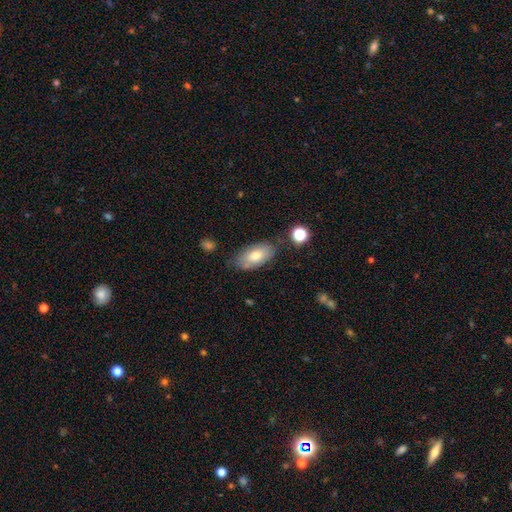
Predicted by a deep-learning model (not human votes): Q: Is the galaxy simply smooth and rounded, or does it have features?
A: smooth — 73%.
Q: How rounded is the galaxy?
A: in between — 92%.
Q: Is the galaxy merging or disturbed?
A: none — 75%.